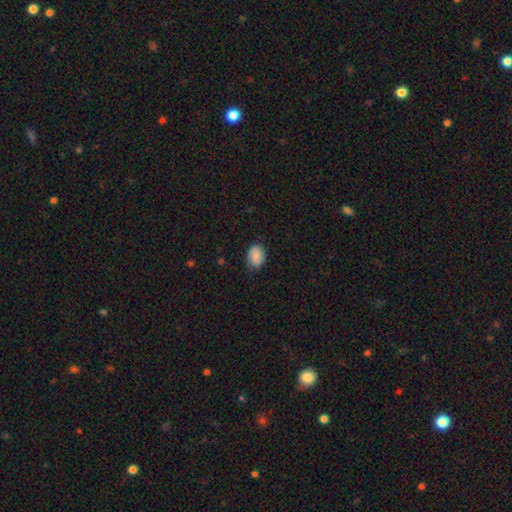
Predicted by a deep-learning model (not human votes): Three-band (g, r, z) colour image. It shows a smooth galaxy with no disk features (85%) that is in between round and cigar-shaped (69%). Merging: none (80%).